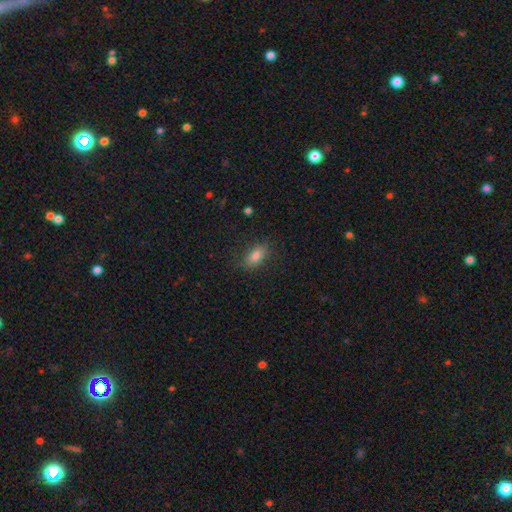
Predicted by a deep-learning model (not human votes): Smooth or featured? smooth (80%)
How rounded? in between (85%)
Merging? none (82%)